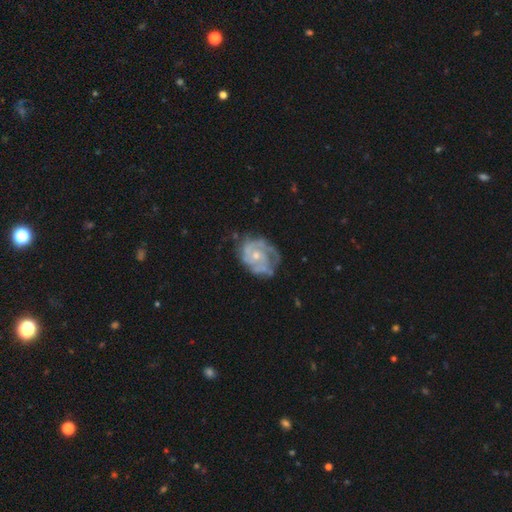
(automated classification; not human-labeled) Morphology: type=featured or disk (80%); edge-on=no (98%); bar=no (79%); spiral arms=yes (87%); winding=tight (56%); arm count=can't tell (33%); bulge=small (53%); merging=none (56%).